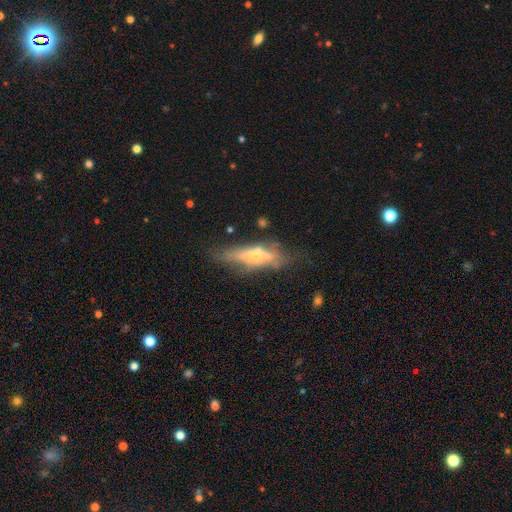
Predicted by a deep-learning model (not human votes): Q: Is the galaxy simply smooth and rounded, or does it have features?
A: featured or disk — 53%.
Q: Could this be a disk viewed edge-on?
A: yes — 66%.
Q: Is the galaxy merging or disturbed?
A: none — 55%.